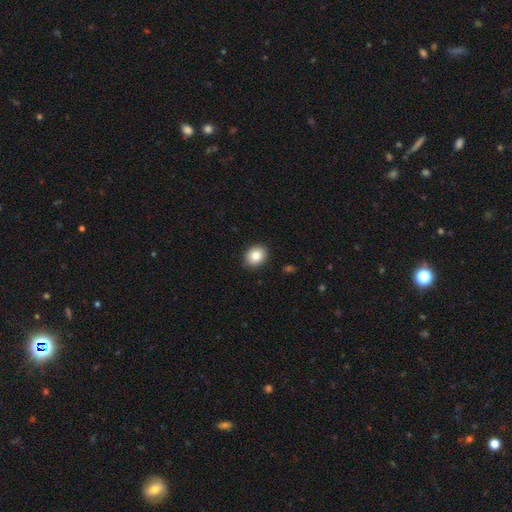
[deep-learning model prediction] smooth 85%, star or artifact 8%, featured or disk 7%. Down the decision tree: how rounded — in between (51%); merging — none (90%).